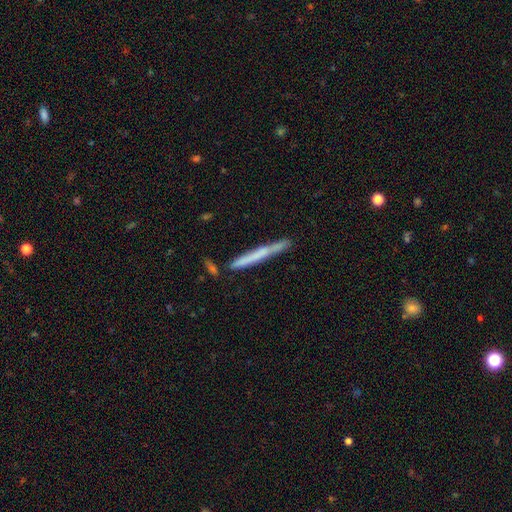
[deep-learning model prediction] smooth_or_featured: smooth (p=0.54) [alt: featured or disk p=0.40]
how_rounded: cigar-shaped (p=0.97) [alt: in between p=0.02]
merging: none (p=0.79) [alt: minor disturbance p=0.14]